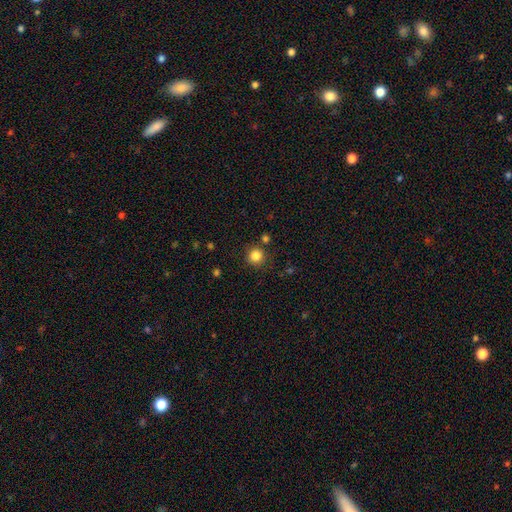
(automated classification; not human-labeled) smooth_or_featured: smooth (p=0.84) [alt: star or artifact p=0.12]
how_rounded: round (p=0.94) [alt: in between p=0.05]
merging: none (p=0.86) [alt: minor disturbance p=0.07]